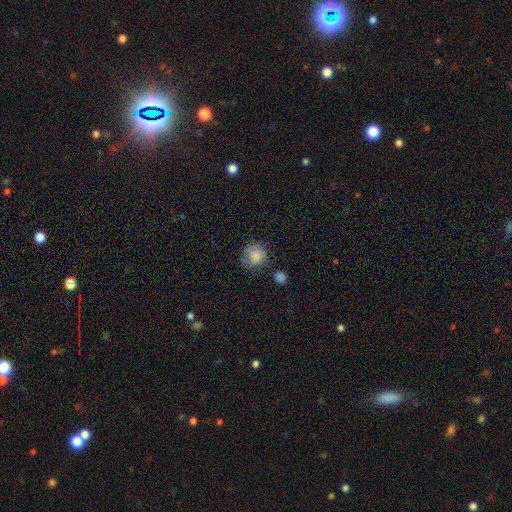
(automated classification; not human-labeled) Smooth or featured: smooth — 81% (featured or disk — 10%)
How rounded: round — 84% (in between — 15%)
Merging: none — 64% (minor disturbance — 23%)